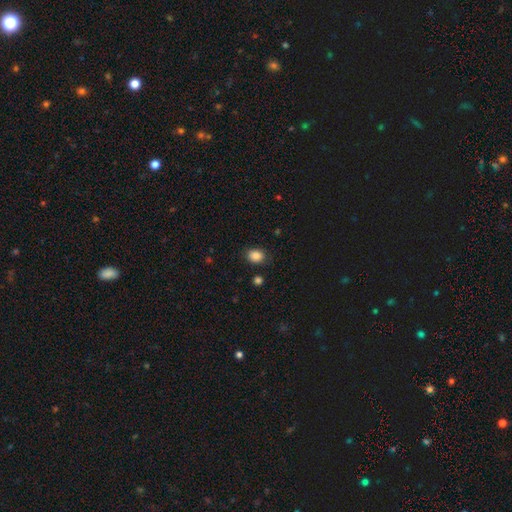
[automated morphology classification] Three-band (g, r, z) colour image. It shows a smooth galaxy with no disk features (86%) that is in between round and cigar-shaped (53%). Merging: none (83%).